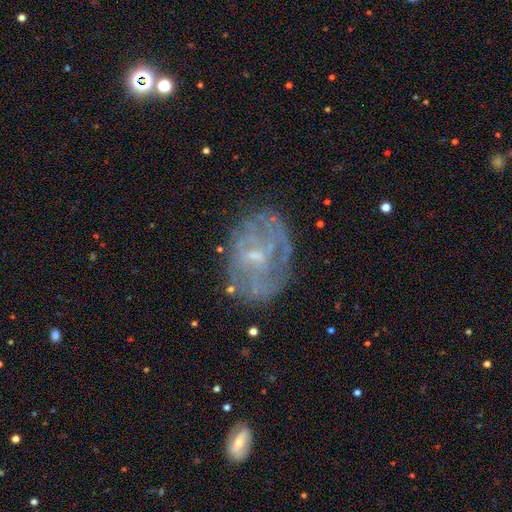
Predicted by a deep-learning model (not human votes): smooth-or-featured: featured or disk: 67% | smooth: 20% | star or artifact: 12%
  disk-edge-on: no: 96% | yes: 4%
    bar: no: 47% | weak: 44% | strong: 10%
    has-spiral-arms: yes: 55% | no: 45%
    bulge-size: small: 65% | moderate: 19% | none: 13% | large: 1% | dominant: 1%
  merging: none: 67% | minor disturbance: 19% | major disturbance: 11% | merger: 3%